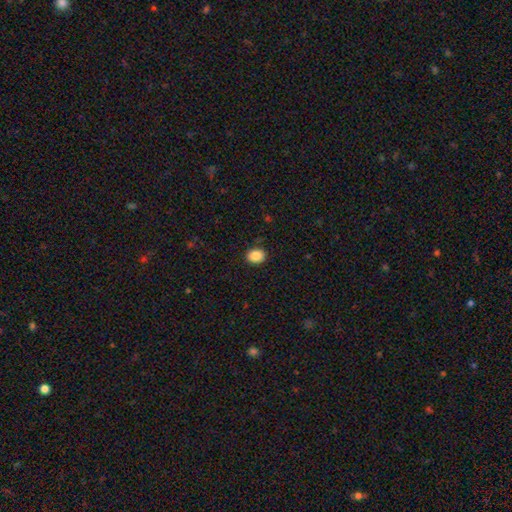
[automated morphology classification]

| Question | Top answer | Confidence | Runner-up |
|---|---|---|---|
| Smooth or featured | smooth | 88% | star or artifact (9%) |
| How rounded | round | 51% | in between (48%) |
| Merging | none | 90% | minor disturbance (7%) |